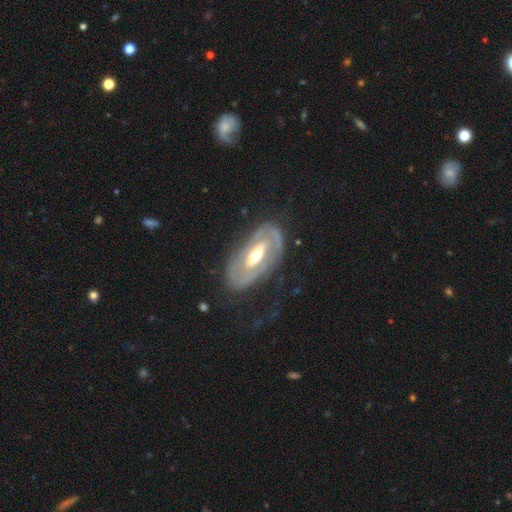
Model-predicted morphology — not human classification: smooth-or-featured: featured or disk: 80% | smooth: 15% | star or artifact: 5%
  disk-edge-on: no: 91% | yes: 9%
    bar: no: 38% | weak: 33% | strong: 29%
    has-spiral-arms: yes: 67% | no: 33%
    bulge-size: moderate: 68% | small: 23% | large: 7% | dominant: 1% | none: 1%
  merging: none: 71% | minor disturbance: 18% | major disturbance: 10% | merger: 2%